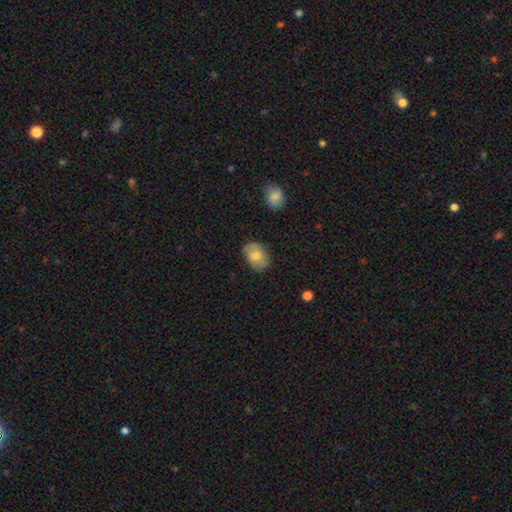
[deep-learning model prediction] This appears to be a smooth galaxy with no disk features (68%) that is in between round and cigar-shaped (82%). Merging: none (76%).